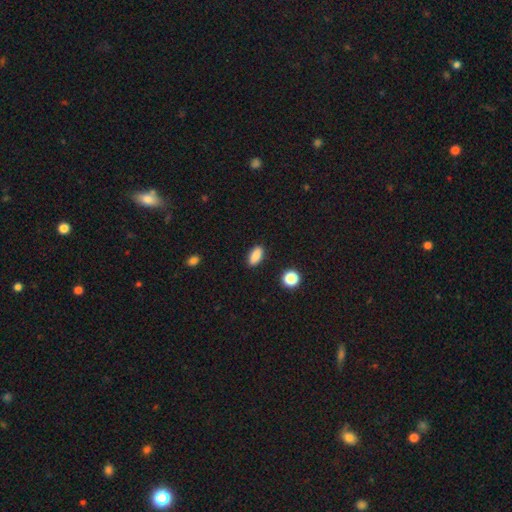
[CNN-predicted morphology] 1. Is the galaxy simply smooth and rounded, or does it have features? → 87% smooth, 8% star or artifact, 4% featured or disk.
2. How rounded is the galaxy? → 86% in between, 9% cigar-shaped, 5% round.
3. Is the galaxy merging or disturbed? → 89% none, 8% minor disturbance, 2% major disturbance, 1% merger.